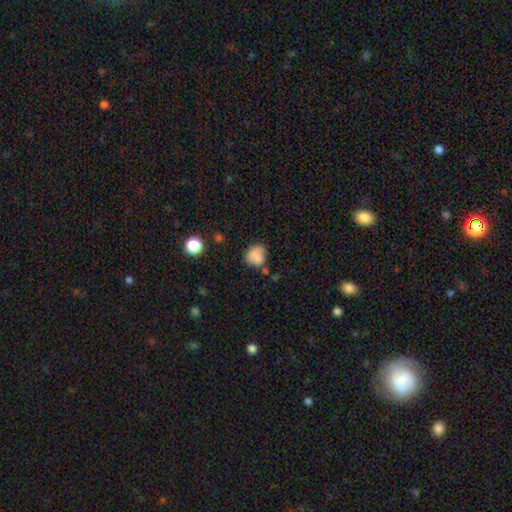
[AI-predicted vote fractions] Smooth or featured? smooth (80%)
How rounded? round (60%)
Merging? none (53%)